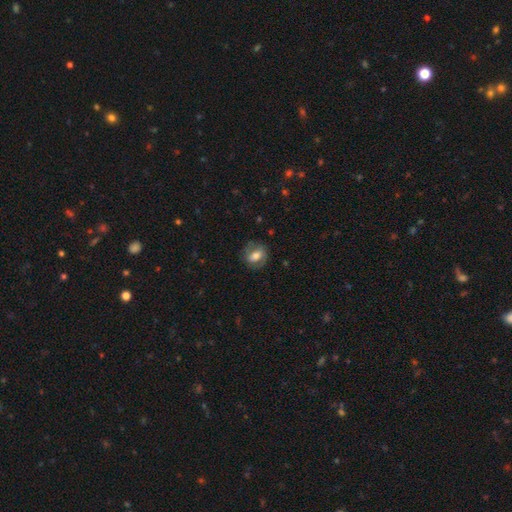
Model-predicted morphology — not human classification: smooth_or_featured: smooth (p=0.48) [alt: featured or disk p=0.44]
merging: none (p=0.76) [alt: minor disturbance p=0.15]